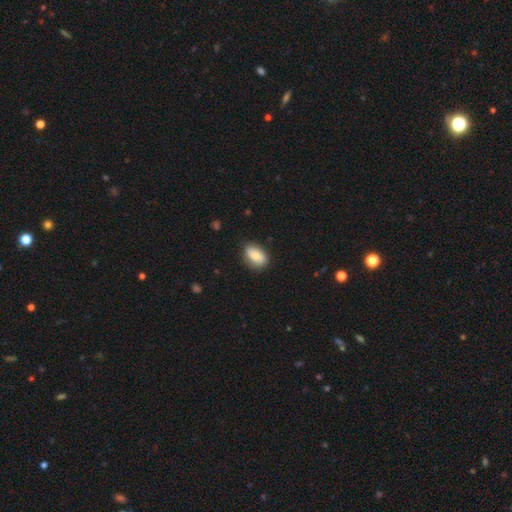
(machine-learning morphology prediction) A smooth galaxy with no disk features (73%) that is in between round and cigar-shaped (87%).

Vote fractions:
- Smooth or featured? smooth: 73% / featured or disk: 19% / star or artifact: 7%
- How rounded? in between: 87% / round: 11% / cigar-shaped: 2%
- Merging? none: 74% / minor disturbance: 21% / major disturbance: 4% / merger: 1%